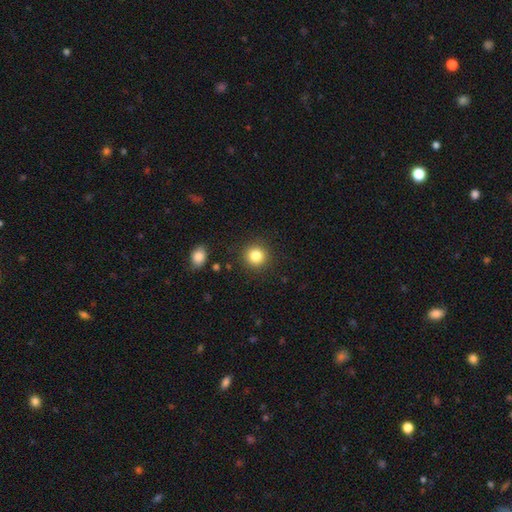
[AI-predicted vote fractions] This appears to be a smooth galaxy with no disk features (83%) that is round (92%). Merging: none (89%).